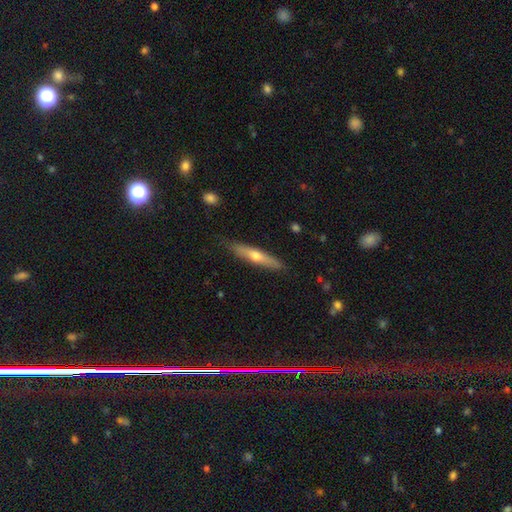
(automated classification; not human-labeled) This is possibly a featured or disk galaxy (51%). It is clearly viewed edge-on (90%). Merging: clearly none (84%).